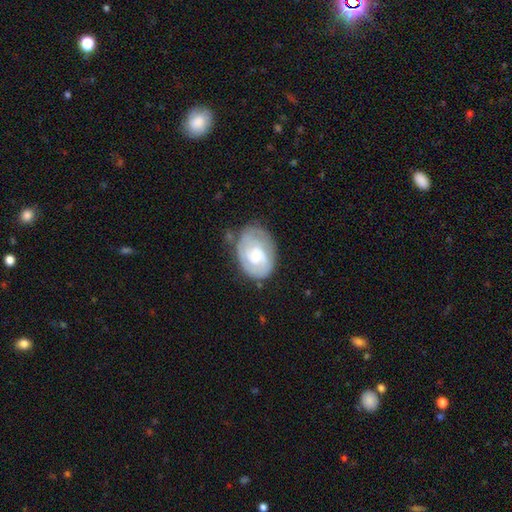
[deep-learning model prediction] smooth_or_featured: featured or disk (p=0.70) [alt: smooth p=0.24]
disk_edge_on: no (p=0.98) [alt: yes p=0.02]
bar: no (p=0.61) [alt: weak p=0.33]
has_spiral_arms: yes (p=0.88) [alt: no p=0.12]
spiral_winding: tight (p=0.62) [alt: medium p=0.30]
spiral_arm_count: 2 (p=0.44) [alt: can't tell p=0.27]
bulge_size: moderate (p=0.36) [alt: small p=0.32]
merging: none (p=0.61) [alt: minor disturbance p=0.25]